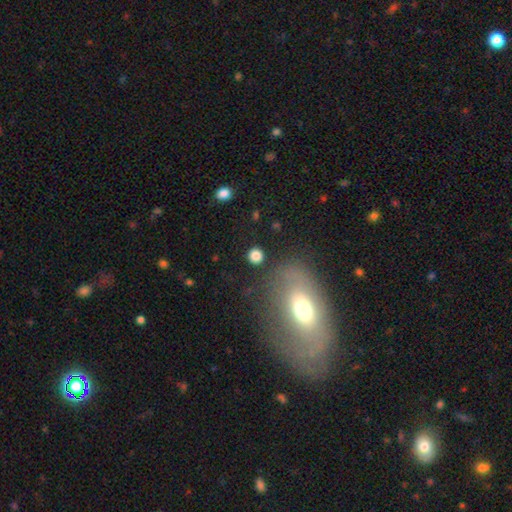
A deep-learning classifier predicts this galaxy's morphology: This is clearly a smooth galaxy (83%). How rounded: clearly round (90%). Merging: clearly none (88%).